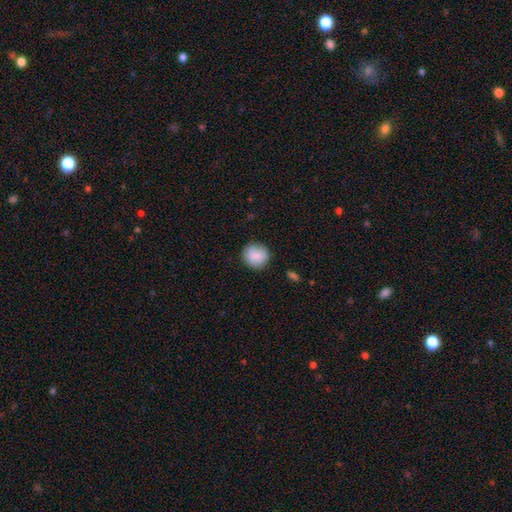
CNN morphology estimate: The model was most divided on "merging": none: 84%, minor disturbance: 12%, major disturbance: 3%, merger: 2%. More confident: how rounded — round (89%); smooth or featured — smooth (86%).